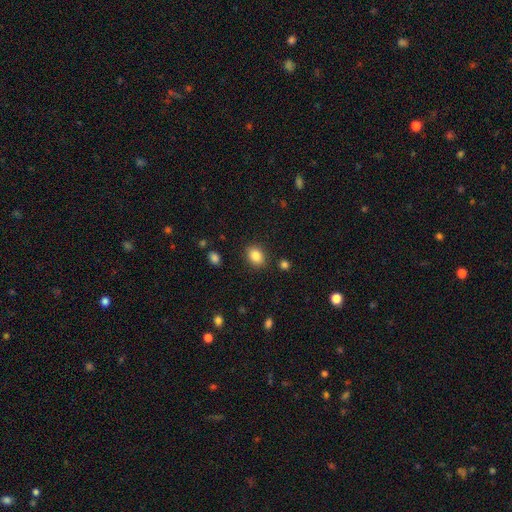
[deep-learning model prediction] Smooth or featured: smooth — 86% (star or artifact — 9%)
How rounded: in between — 64% (round — 35%)
Merging: none — 86% (minor disturbance — 9%)